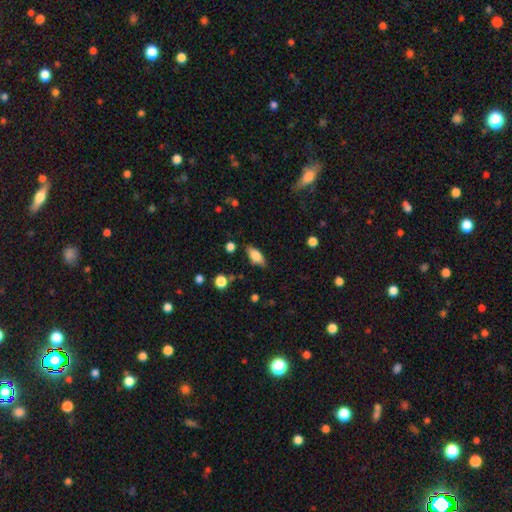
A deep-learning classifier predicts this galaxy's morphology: Smooth or featured?
  - smooth: 72% *
  - featured or disk: 21%
  - star or artifact: 8%
How rounded?
  - in between: 82% *
  - cigar-shaped: 15%
  - round: 4%
Merging?
  - none: 81% *
  - minor disturbance: 14%
  - major disturbance: 3%
  - merger: 2%